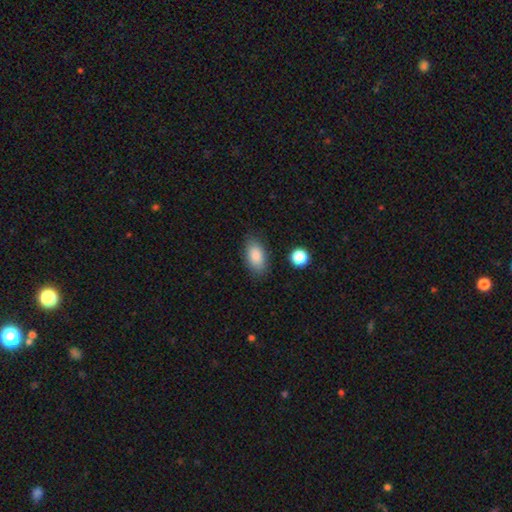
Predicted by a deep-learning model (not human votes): Smooth or featured? Predicted: smooth (p=0.87). How rounded? Predicted: in between (p=0.92). Merging? Predicted: none (p=0.82).